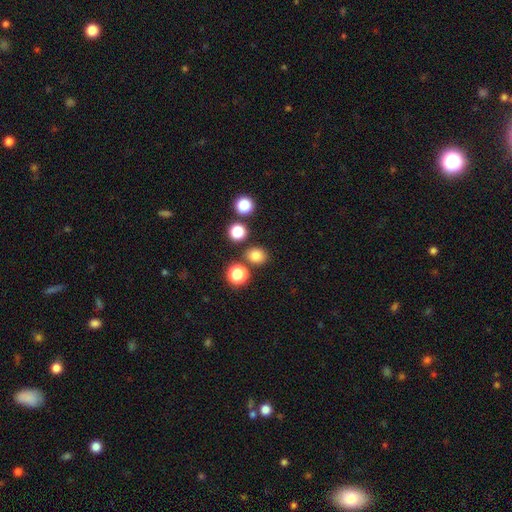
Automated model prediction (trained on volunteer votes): smooth 79%, star or artifact 16%, featured or disk 6%. Down the decision tree: how rounded — round (66%); merging — none (79%).